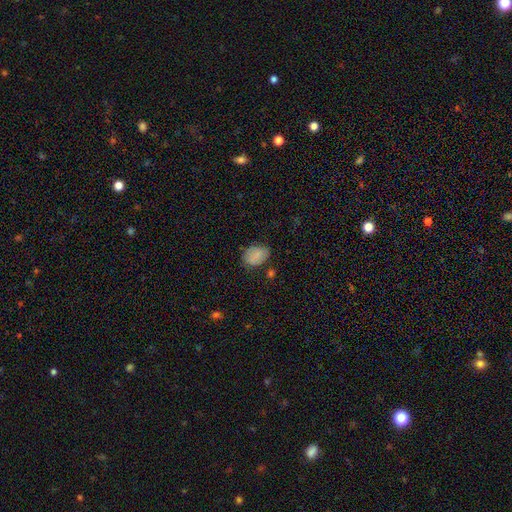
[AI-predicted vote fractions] smooth_or_featured: smooth (p=0.72) [alt: featured or disk p=0.19]
how_rounded: in between (p=0.67) [alt: round p=0.31]
merging: none (p=0.69) [alt: minor disturbance p=0.22]